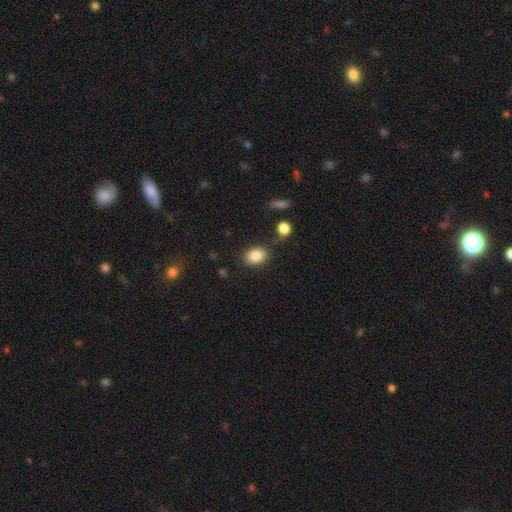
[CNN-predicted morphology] Smooth or featured?
  - smooth: 85% *
  - star or artifact: 8%
  - featured or disk: 7%
How rounded?
  - in between: 73% *
  - round: 26%
  - cigar-shaped: 1%
Merging?
  - none: 78% *
  - minor disturbance: 13%
  - merger: 5%
  - major disturbance: 4%